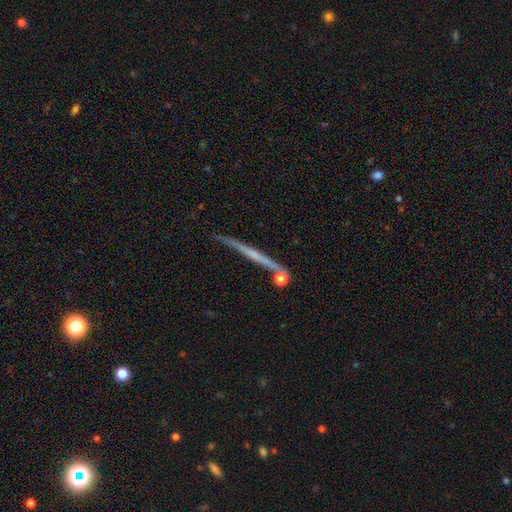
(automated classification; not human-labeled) Smooth or featured? featured or disk (67%)
Edge-on disk? yes (97%)
Edge-on bulge? none (60%)
Merging? none (77%)